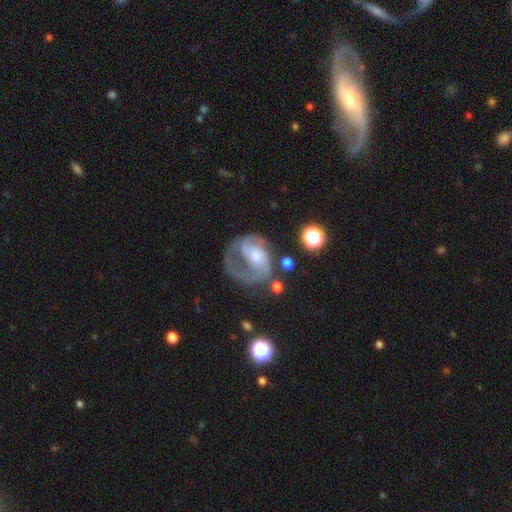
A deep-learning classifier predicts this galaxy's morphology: Smooth or featured?
  - featured or disk: 80% *
  - smooth: 13%
  - star or artifact: 7%
Edge-on disk?
  - no: 98% *
  - yes: 2%
Bar?
  - no: 59% *
  - weak: 33%
  - strong: 8%
Spiral arms?
  - yes: 90% *
  - no: 10%
Spiral winding?
  - medium: 47% *
  - tight: 32%
  - loose: 21%
Spiral arm count?
  - 2: 49% *
  - 1: 28%
  - can't tell: 13%
  - 3: 6%
  - 4: 2%
  - more than 4: 2%
Bulge size?
  - small: 44% *
  - moderate: 38%
  - none: 8%
  - large: 8%
  - dominant: 2%
Merging?
  - none: 45% *
  - major disturbance: 30%
  - minor disturbance: 20%
  - merger: 5%